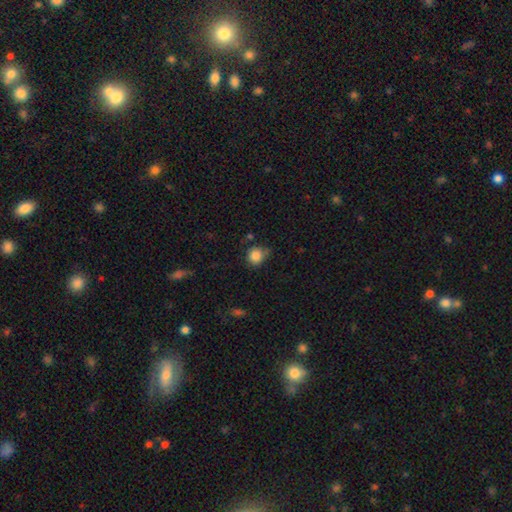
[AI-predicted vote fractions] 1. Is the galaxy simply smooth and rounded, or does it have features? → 85% smooth, 10% star or artifact, 5% featured or disk.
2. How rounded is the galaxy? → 85% round, 14% in between, 1% cigar-shaped.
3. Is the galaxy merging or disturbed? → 67% none, 24% minor disturbance, 5% major disturbance, 4% merger.